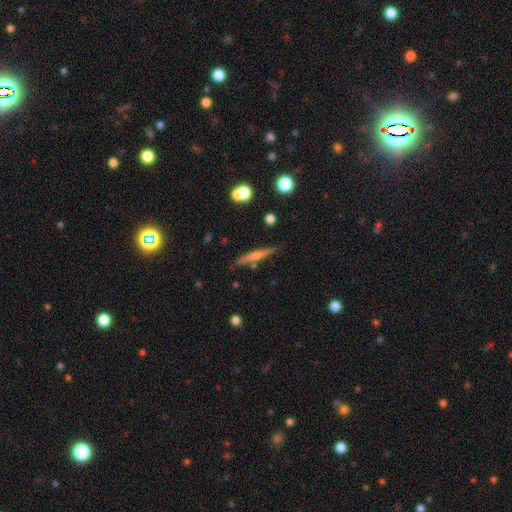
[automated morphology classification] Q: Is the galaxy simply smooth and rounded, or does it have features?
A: featured or disk — 54%.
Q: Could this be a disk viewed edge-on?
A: yes — 95%.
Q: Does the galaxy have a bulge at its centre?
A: rounded — 65%.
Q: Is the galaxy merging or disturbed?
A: none — 83%.